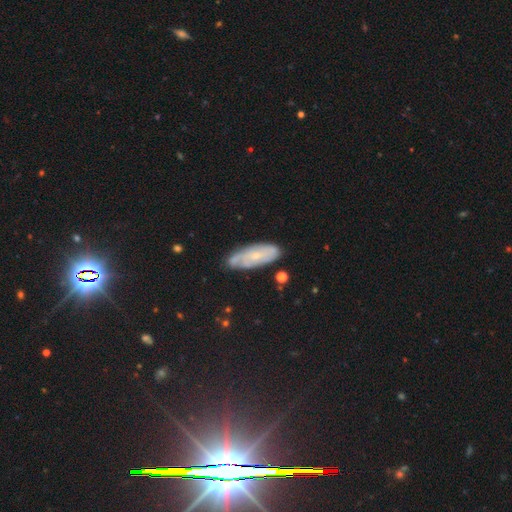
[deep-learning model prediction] Smooth or featured?
  - featured or disk: 56% *
  - smooth: 34%
  - star or artifact: 10%
Edge-on disk?
  - no: 84% *
  - yes: 16%
Merging?
  - none: 72% *
  - minor disturbance: 21%
  - major disturbance: 5%
  - merger: 3%